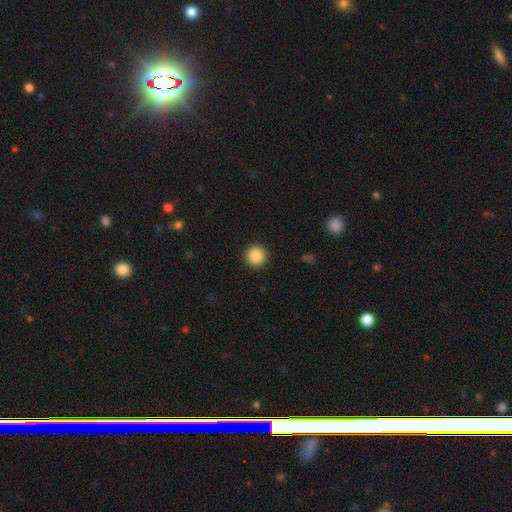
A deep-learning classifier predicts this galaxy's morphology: Smooth or featured?
  - smooth: 88% *
  - star or artifact: 9%
  - featured or disk: 3%
How rounded?
  - round: 96% *
  - in between: 4%
  - cigar-shaped: 1%
Merging?
  - none: 92% *
  - minor disturbance: 5%
  - major disturbance: 2%
  - merger: 1%